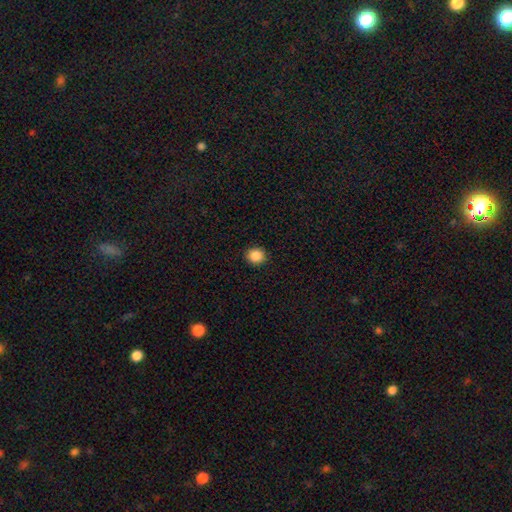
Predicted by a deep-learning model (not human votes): Smooth or featured?
  - smooth: 87% *
  - star or artifact: 9%
  - featured or disk: 3%
How rounded?
  - round: 83% *
  - in between: 16%
  - cigar-shaped: 1%
Merging?
  - none: 91% *
  - minor disturbance: 6%
  - major disturbance: 2%
  - merger: 1%